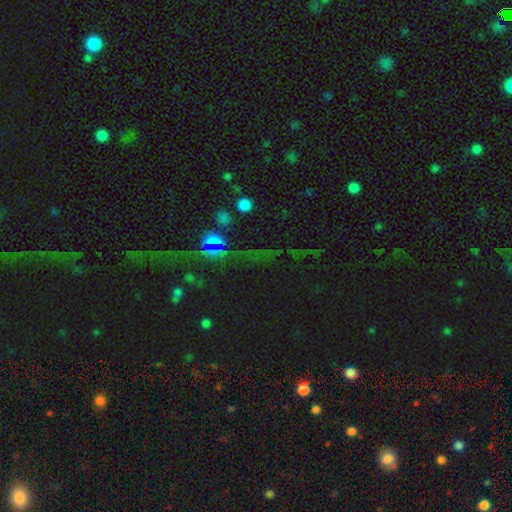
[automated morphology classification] Smooth or featured: star or artifact — 58% (featured or disk — 24%)